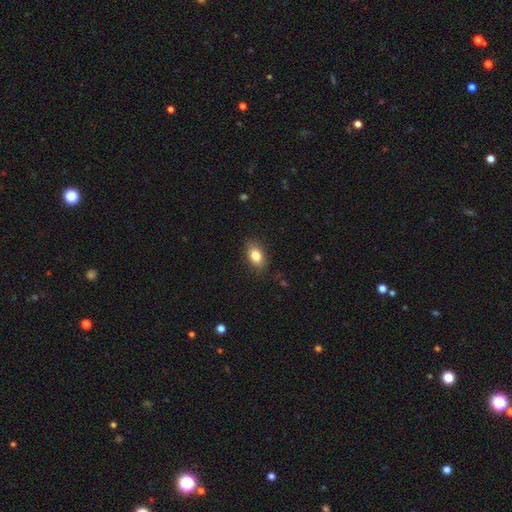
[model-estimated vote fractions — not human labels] A smooth galaxy with no disk features (83%) that is in between round and cigar-shaped (87%). Merging: none (86%).